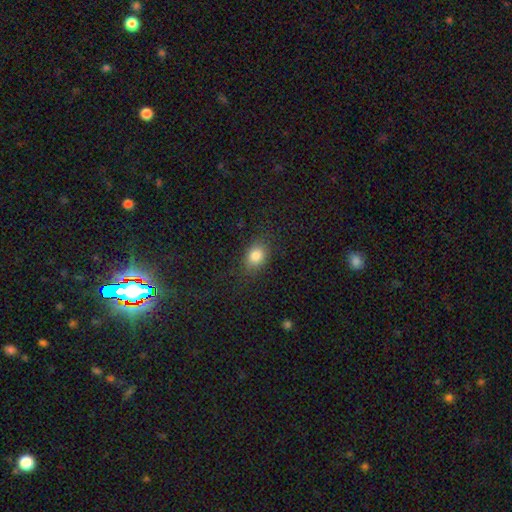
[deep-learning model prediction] Morphology: type=smooth (83%); roundness=in between (67%); merging=none (82%).